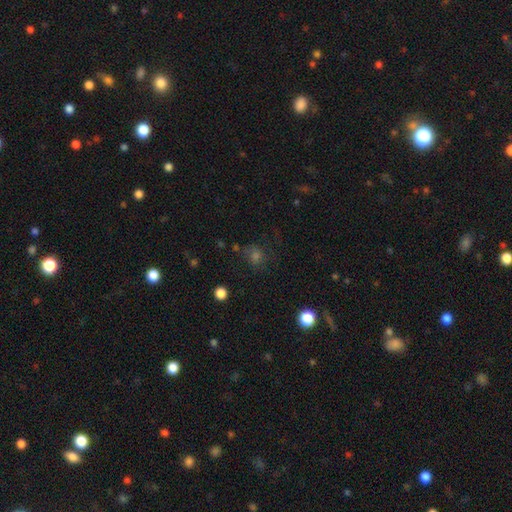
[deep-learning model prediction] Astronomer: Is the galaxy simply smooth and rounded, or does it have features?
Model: smooth — 55% (runner-up: star or artifact, 32%).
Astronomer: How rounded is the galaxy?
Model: round — 79%.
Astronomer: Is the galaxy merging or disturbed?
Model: none — 71%.